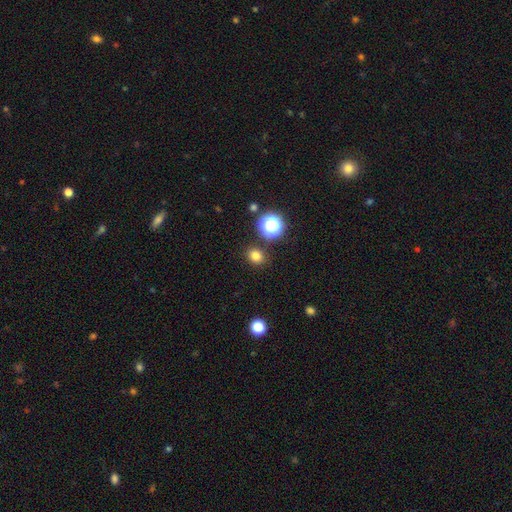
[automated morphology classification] Overall: smooth (78%). How rounded: round (74%). Merging: none (87%).